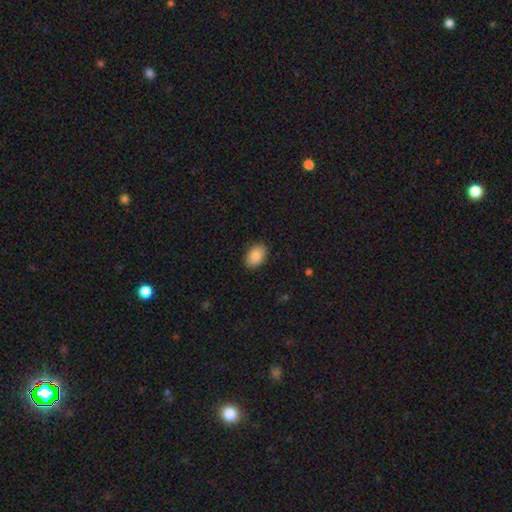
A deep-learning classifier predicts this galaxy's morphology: smooth-or-featured: smooth: 87% | star or artifact: 7% | featured or disk: 5%
  how-rounded: in between: 88% | round: 11% | cigar-shaped: 1%
  merging: none: 88% | minor disturbance: 9% | major disturbance: 2% | merger: 1%